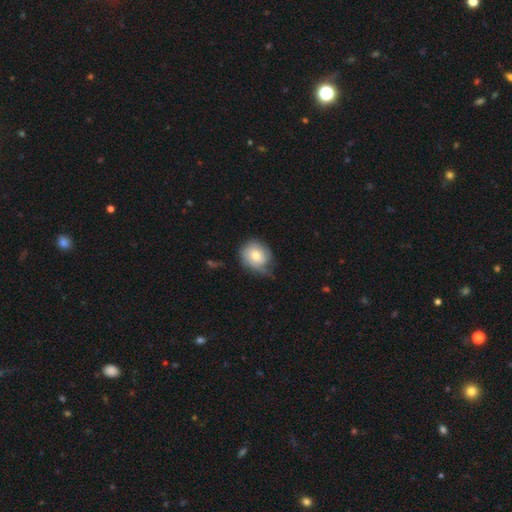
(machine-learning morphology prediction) smooth-or-featured: smooth: 54% | featured or disk: 39% | star or artifact: 7%
  how-rounded: round: 72% | in between: 28% | cigar-shaped: 1%
  merging: none: 44% | minor disturbance: 37% | major disturbance: 16% | merger: 2%